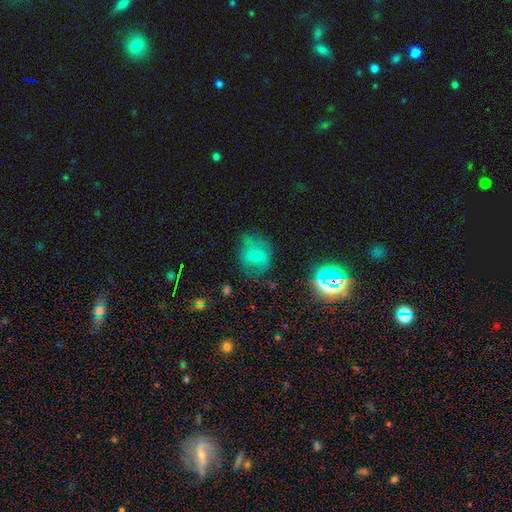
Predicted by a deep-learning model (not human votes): Overall: smooth (63%). How rounded: round (57%; in between 41%). Merging: none (52%; minor disturbance 28%).